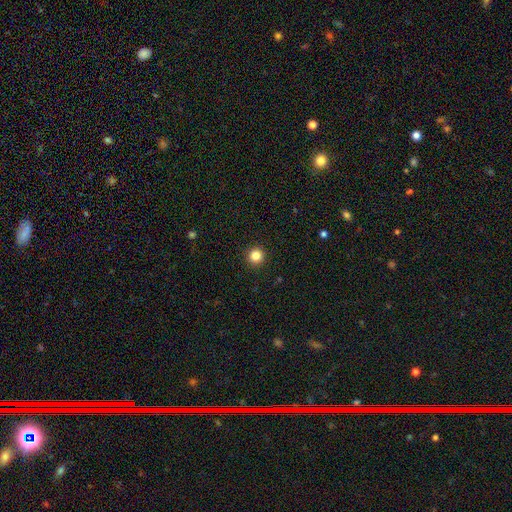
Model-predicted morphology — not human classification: Smooth or featured? smooth (84%)
How rounded? round (95%)
Merging? none (94%)